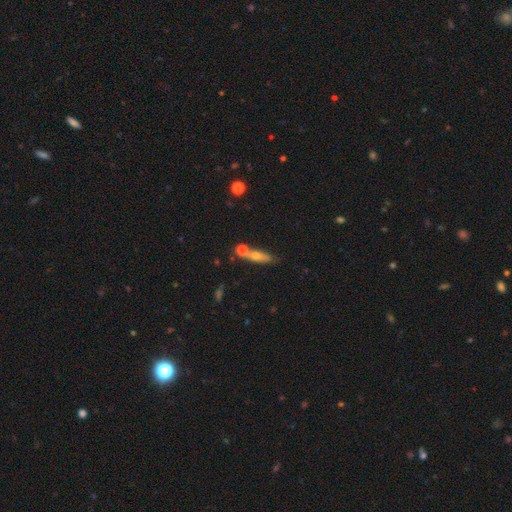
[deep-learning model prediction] smooth_or_featured: smooth (p=0.58) [alt: featured or disk p=0.33]
how_rounded: cigar-shaped (p=0.54) [alt: in between p=0.39]
merging: none (p=0.54) [alt: merger p=0.28]